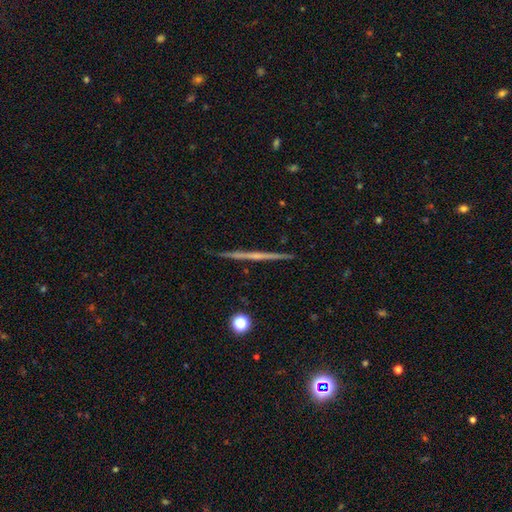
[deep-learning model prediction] A featured or disk galaxy (69%) viewed edge-on (98%) with no central bulge (74%). Merging: none (92%).